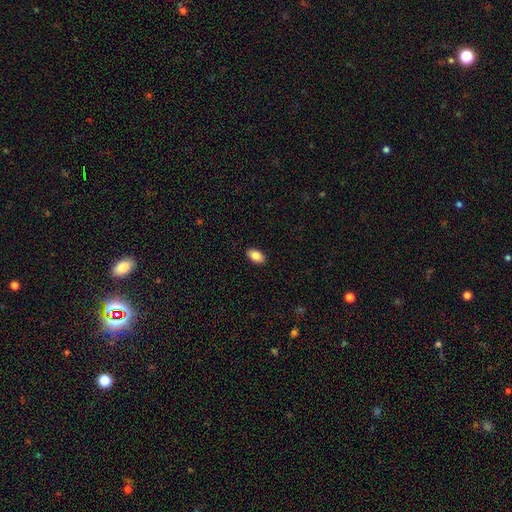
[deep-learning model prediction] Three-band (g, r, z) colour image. It shows a smooth galaxy with no disk features (85%) that is in between round and cigar-shaped (93%). Merging: none (90%).